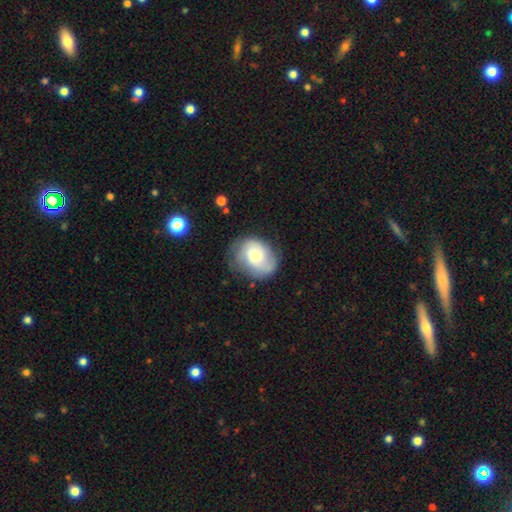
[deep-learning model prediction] This appears to be a featured or disk galaxy (52%) with no bar (69%), spiral arms (84%) and a small central bulge (41%). Merging: none (62%).